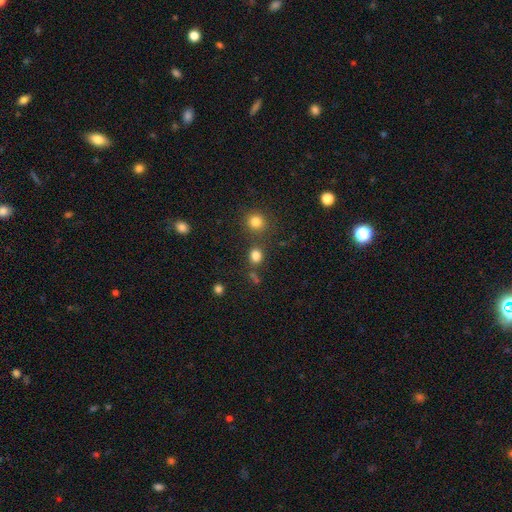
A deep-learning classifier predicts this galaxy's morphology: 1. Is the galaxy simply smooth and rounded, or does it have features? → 81% smooth, 14% star or artifact, 5% featured or disk.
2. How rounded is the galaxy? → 67% round, 32% in between, 1% cigar-shaped.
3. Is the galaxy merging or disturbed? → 72% none, 14% merger, 10% minor disturbance, 4% major disturbance.